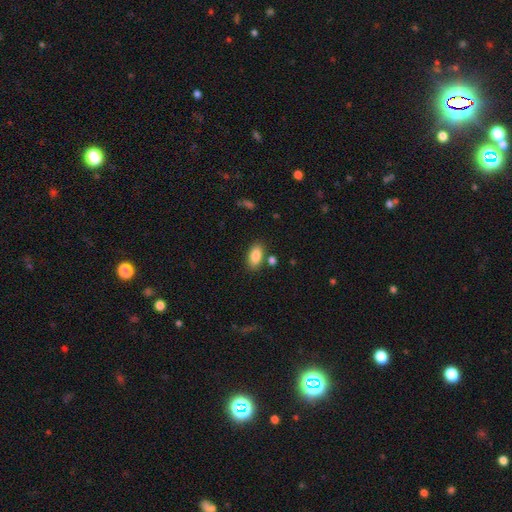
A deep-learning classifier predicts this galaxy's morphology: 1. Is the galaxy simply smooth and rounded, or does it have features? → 86% smooth, 7% star or artifact, 6% featured or disk.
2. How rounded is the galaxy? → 92% in between, 4% round, 4% cigar-shaped.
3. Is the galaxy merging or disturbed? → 79% none, 11% minor disturbance, 7% merger, 3% major disturbance.